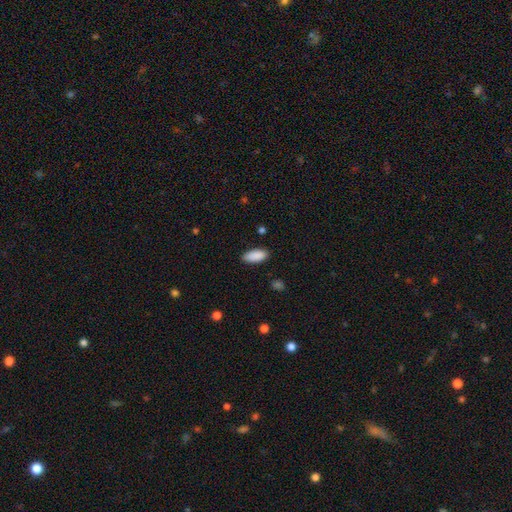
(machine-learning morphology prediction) This appears to be a smooth galaxy with no disk features (90%) that is in between round and cigar-shaped (83%). Merging: none (87%).